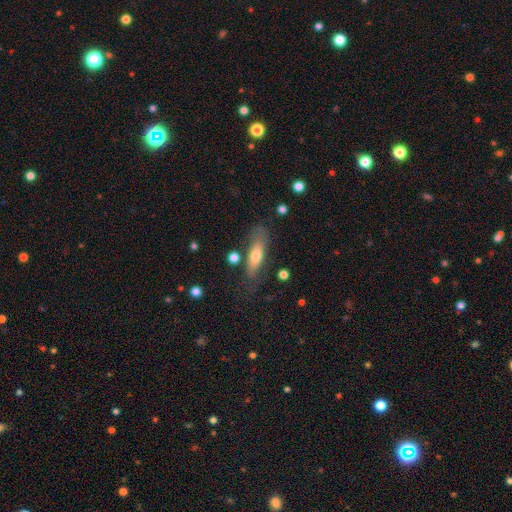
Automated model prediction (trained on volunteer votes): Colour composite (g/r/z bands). It shows a smooth galaxy with no disk features (63%) that is in between round and cigar-shaped (50%). Merging: none (67%).